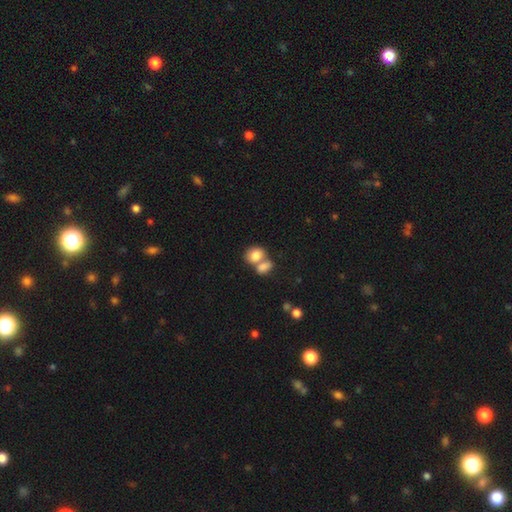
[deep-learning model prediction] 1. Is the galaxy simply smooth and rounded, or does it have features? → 81% smooth, 11% featured or disk, 9% star or artifact.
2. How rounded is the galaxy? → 57% in between, 42% round, 1% cigar-shaped.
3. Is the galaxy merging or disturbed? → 57% merger, 31% none, 8% minor disturbance, 4% major disturbance.